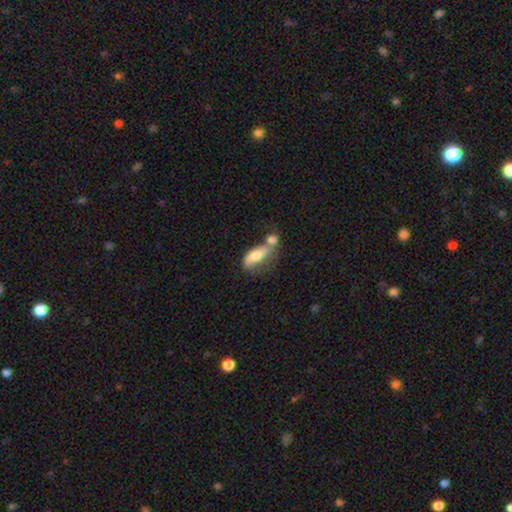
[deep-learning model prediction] smooth_or_featured: smooth (p=0.66) [alt: featured or disk p=0.27]
how_rounded: in between (p=0.73) [alt: cigar-shaped p=0.23]
merging: merger (p=0.51) [alt: none p=0.25]